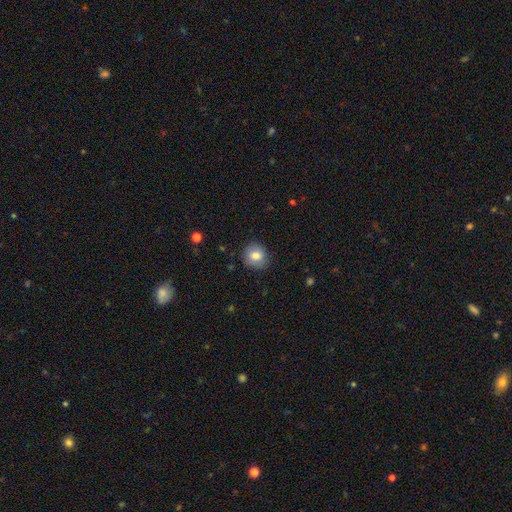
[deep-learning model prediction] smooth-or-featured: smooth: 80% | featured or disk: 10% | star or artifact: 9%
  how-rounded: round: 82% | in between: 17% | cigar-shaped: 1%
  merging: none: 86% | minor disturbance: 11% | major disturbance: 2% | merger: 1%